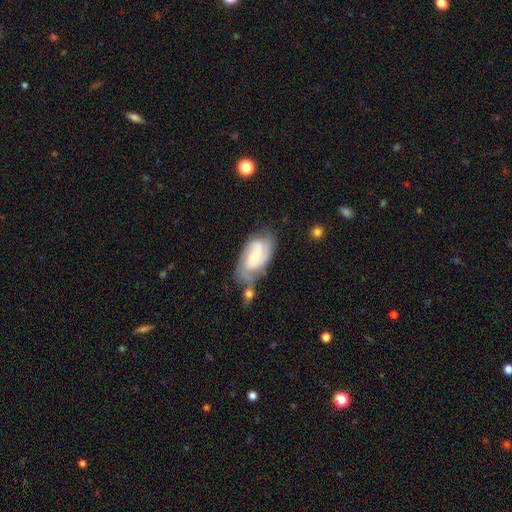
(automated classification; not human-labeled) Smooth or featured? Predicted: featured or disk (p=0.74). Edge-on disk? Predicted: no (p=0.95). Bar? Predicted: no (p=0.46). Spiral arms? Predicted: yes (p=0.93). Spiral winding? Predicted: medium (p=0.44). Spiral arm count? Predicted: 2 (p=0.63). Bulge size? Predicted: small (p=0.47, tied with moderate). Merging? Predicted: none (p=0.45).